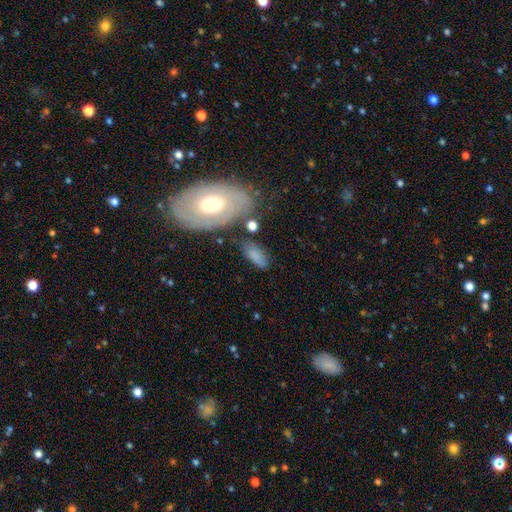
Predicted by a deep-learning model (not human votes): Overall: smooth (72%). How rounded: in between (84%). Merging: none (59%; minor disturbance 21%).